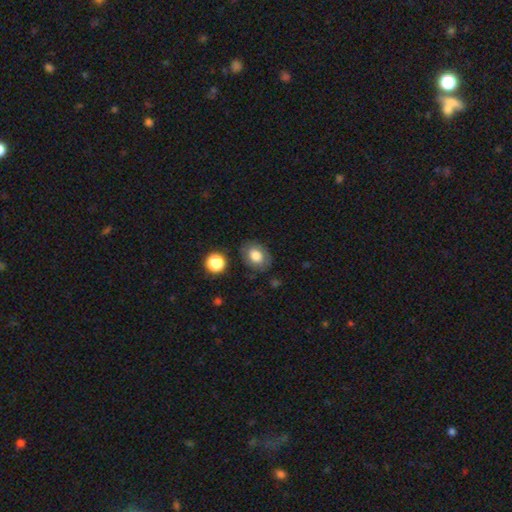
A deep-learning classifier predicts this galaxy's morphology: This is likely a smooth galaxy (78%). How rounded: likely in between (67%). Merging: clearly none (80%).